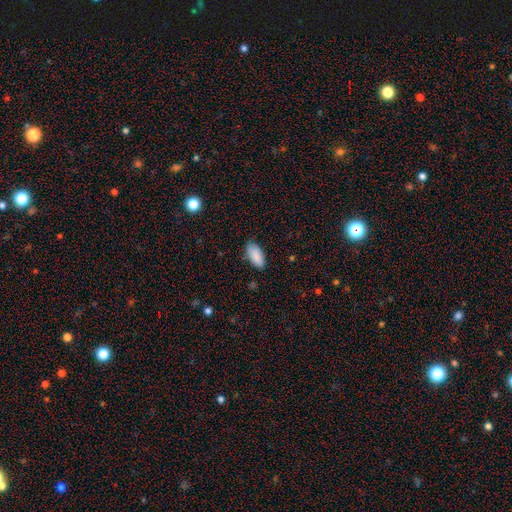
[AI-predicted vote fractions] The model was most divided on "merging": none: 79%, minor disturbance: 17%, major disturbance: 3%, merger: 1%. More confident: how rounded — in between (91%); smooth or featured — smooth (89%).